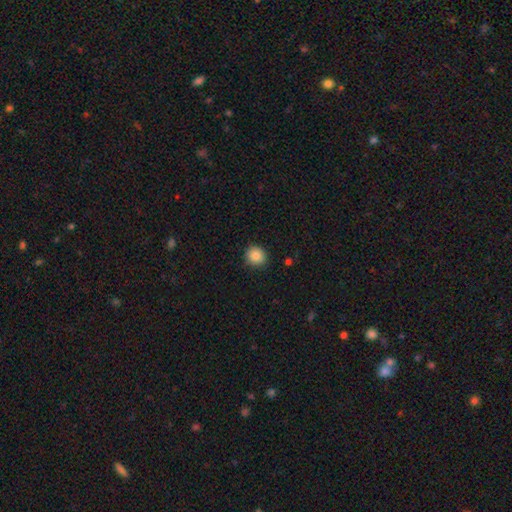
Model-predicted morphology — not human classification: This is clearly a smooth galaxy (86%). How rounded: clearly round (88%). Merging: clearly none (89%).